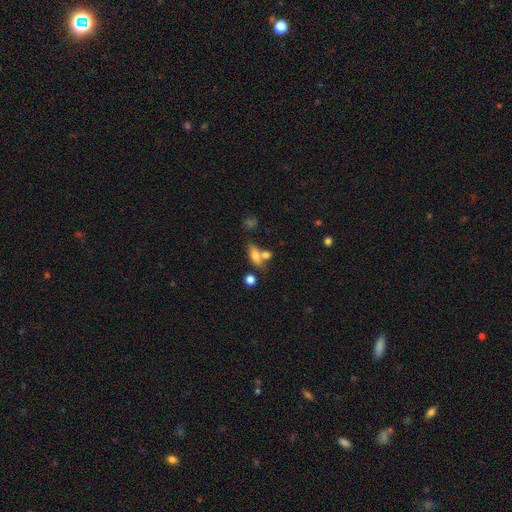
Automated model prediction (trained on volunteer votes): Smooth or featured?
  - smooth: 68% *
  - featured or disk: 21%
  - star or artifact: 10%
How rounded?
  - in between: 71% *
  - cigar-shaped: 18%
  - round: 11%
Merging?
  - none: 43% *
  - merger: 39%
  - minor disturbance: 13%
  - major disturbance: 6%